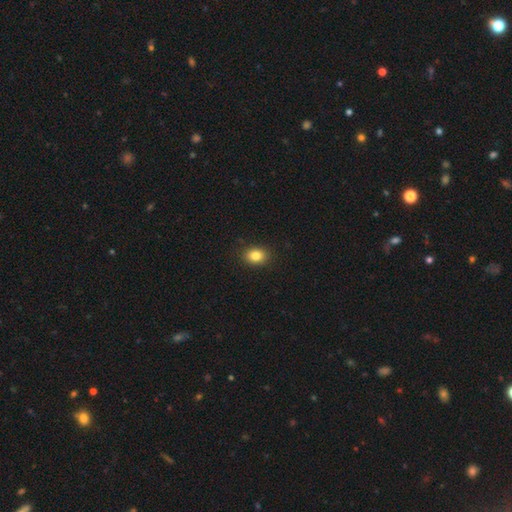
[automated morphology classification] smooth-or-featured: smooth: 83% | star or artifact: 10% | featured or disk: 7%
  how-rounded: in between: 64% | round: 35% | cigar-shaped: 1%
  merging: none: 89% | minor disturbance: 8% | major disturbance: 2% | merger: 1%